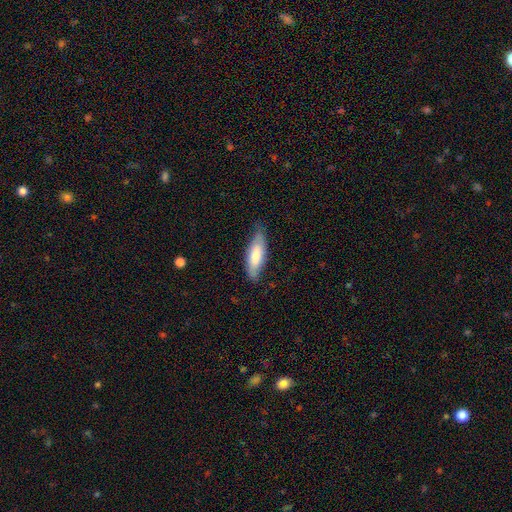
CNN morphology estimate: Overall: smooth (72%). How rounded: in between (57%; cigar-shaped 42%). Merging: none (73%).